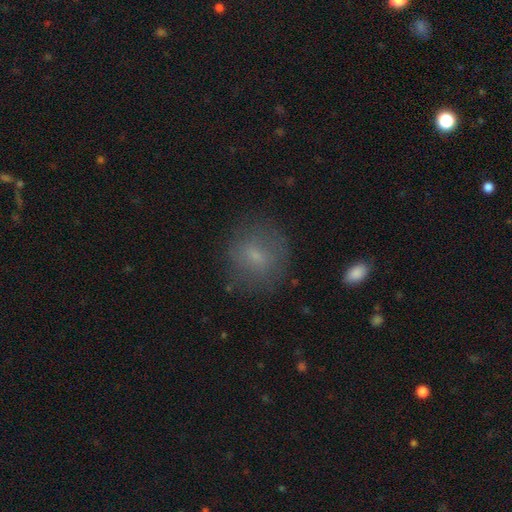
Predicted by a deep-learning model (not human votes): A smooth galaxy with no disk features (65%) that is round (75%). Merging: none (75%).